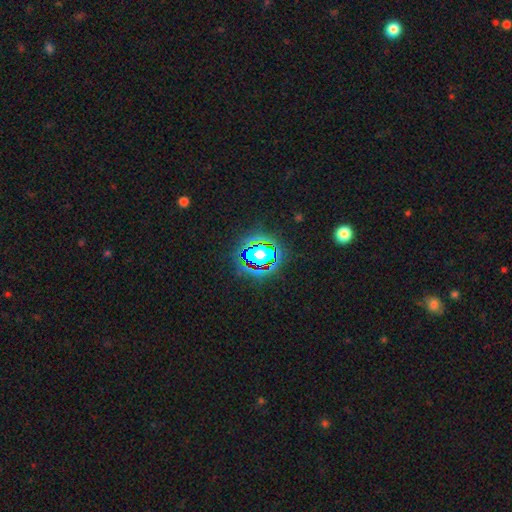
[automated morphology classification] smooth_or_featured: star or artifact (p=0.74) [alt: smooth p=0.16]